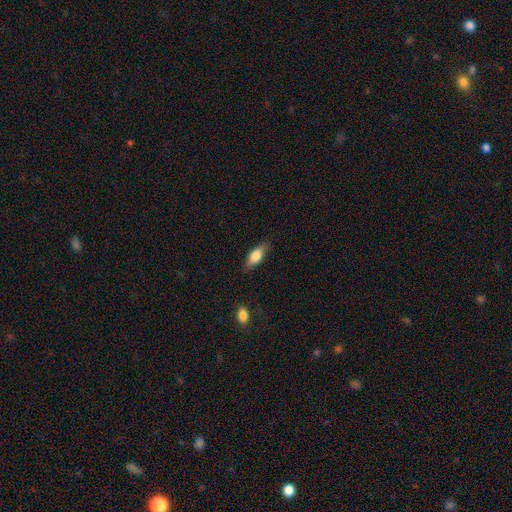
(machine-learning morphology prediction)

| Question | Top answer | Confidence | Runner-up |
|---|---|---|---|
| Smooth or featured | smooth | 69% | featured or disk (24%) |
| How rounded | in between | 72% | cigar-shaped (24%) |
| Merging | none | 81% | minor disturbance (14%) |